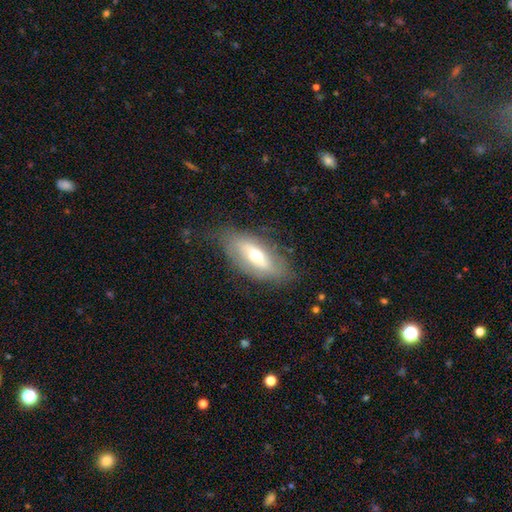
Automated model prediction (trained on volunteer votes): Q: Smooth or featured?
A: smooth (47%); runner-up: featured or disk (46%)
Q: Merging?
A: none (68%); runner-up: minor disturbance (21%)